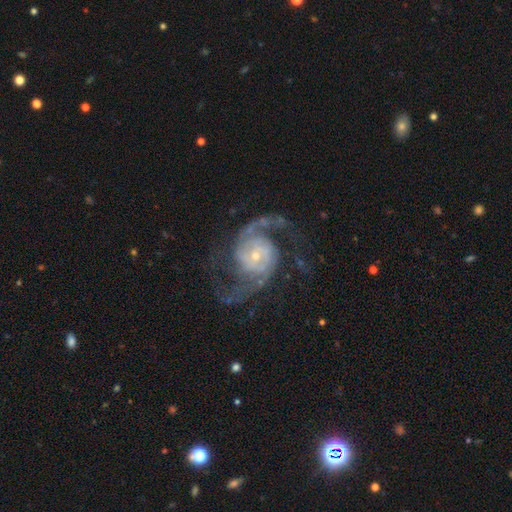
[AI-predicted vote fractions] Smooth or featured?
  - featured or disk: 91% *
  - star or artifact: 5%
  - smooth: 4%
Edge-on disk?
  - no: 98% *
  - yes: 2%
Bar?
  - no: 62% *
  - weak: 28%
  - strong: 10%
Spiral arms?
  - yes: 98% *
  - no: 2%
Spiral winding?
  - medium: 56% *
  - loose: 28%
  - tight: 16%
Spiral arm count?
  - 2: 90% *
  - 3: 3%
  - can't tell: 3%
  - 1: 2%
  - 4: 1%
  - more than 4: 1%
Bulge size?
  - small: 72% *
  - moderate: 23%
  - large: 3%
  - none: 2%
  - dominant: 1%
Merging?
  - none: 71% *
  - minor disturbance: 14%
  - major disturbance: 14%
  - merger: 2%